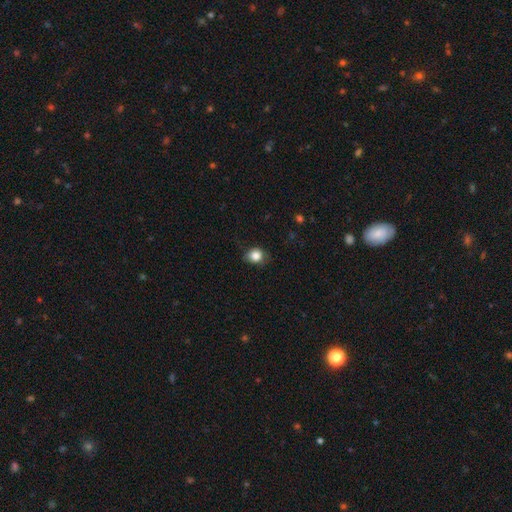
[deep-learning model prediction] Morphology: type=smooth (84%); roundness=round (68%); merging=none (76%).